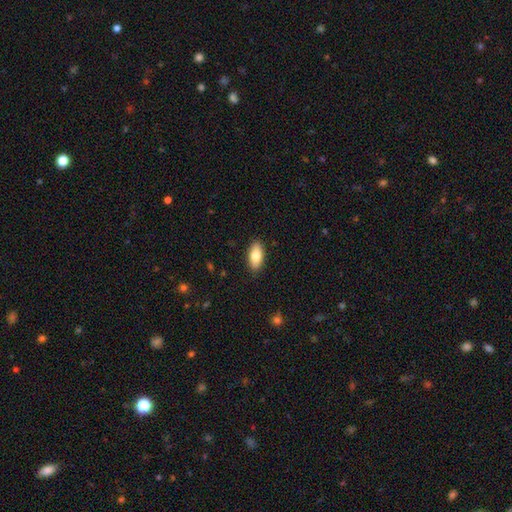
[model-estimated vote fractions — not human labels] This appears to be a smooth galaxy with no disk features (81%) that is in between round and cigar-shaped (87%). Merging: none (88%).